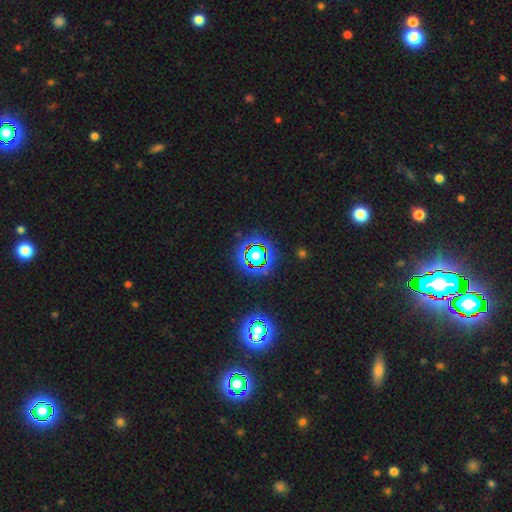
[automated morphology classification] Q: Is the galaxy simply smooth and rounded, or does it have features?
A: star or artifact — 69%.